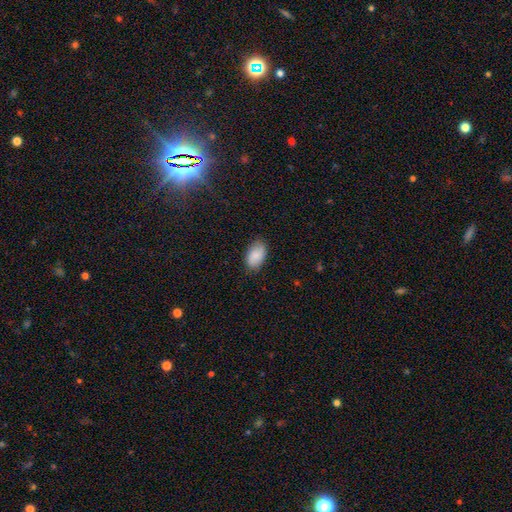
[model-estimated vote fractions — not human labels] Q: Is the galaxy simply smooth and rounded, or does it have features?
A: smooth — 86%.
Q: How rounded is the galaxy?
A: in between — 93%.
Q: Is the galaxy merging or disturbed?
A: none — 84%.